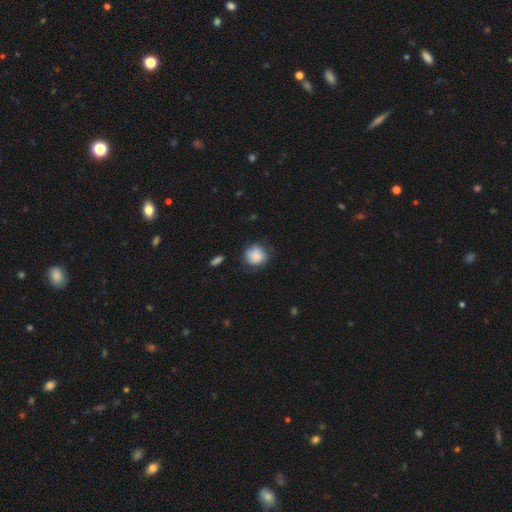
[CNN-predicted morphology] Overall: smooth (85%). How rounded: round (83%). Merging: none (63%; minor disturbance 26%).